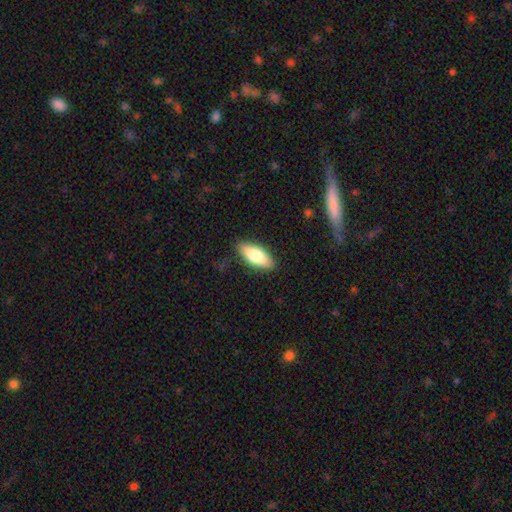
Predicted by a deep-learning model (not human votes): A smooth galaxy with no disk features (75%) that is in between round and cigar-shaped (81%).

Vote fractions:
- Smooth or featured? smooth: 75% / featured or disk: 19% / star or artifact: 6%
- How rounded? in between: 81% / cigar-shaped: 17% / round: 2%
- Merging? none: 85% / minor disturbance: 11% / major disturbance: 2% / merger: 1%